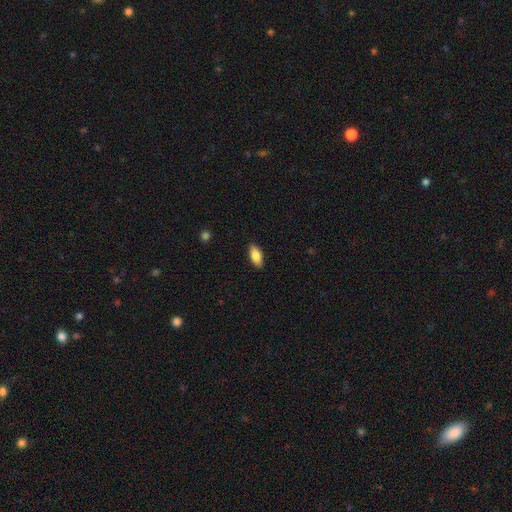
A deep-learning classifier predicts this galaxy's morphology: Overall: smooth (85%). How rounded: in between (87%). Merging: none (89%).